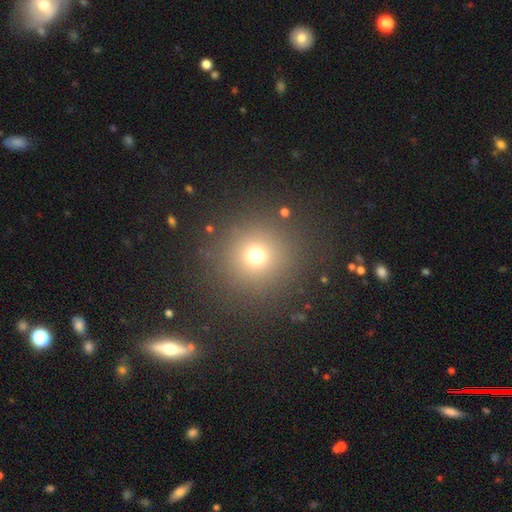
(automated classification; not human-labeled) Smooth or featured? smooth (70%)
How rounded? round (94%)
Merging? none (87%)